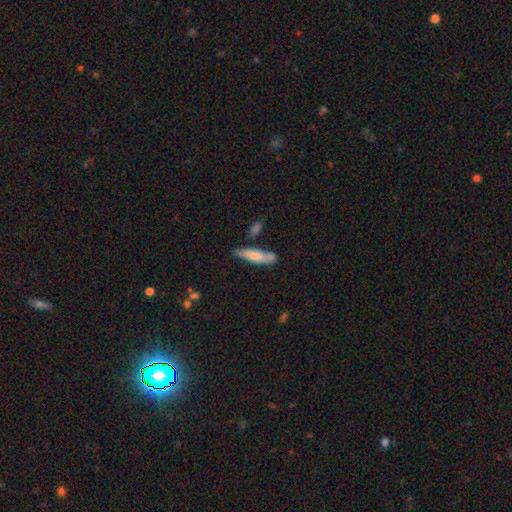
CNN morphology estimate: A smooth galaxy with no disk features (73%) that is cigar-shaped (77%).

Vote fractions:
- Smooth or featured? smooth: 73% / featured or disk: 21% / star or artifact: 6%
- How rounded? cigar-shaped: 77% / in between: 22% / round: 2%
- Merging? none: 64% / minor disturbance: 21% / merger: 10% / major disturbance: 5%